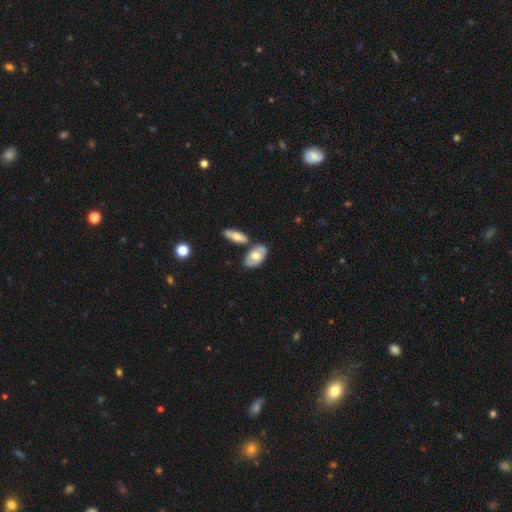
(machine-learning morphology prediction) Q: Smooth or featured?
A: smooth (57%); runner-up: featured or disk (38%)
Q: How rounded?
A: in between (92%); runner-up: round (5%)
Q: Merging?
A: none (68%); runner-up: merger (16%)